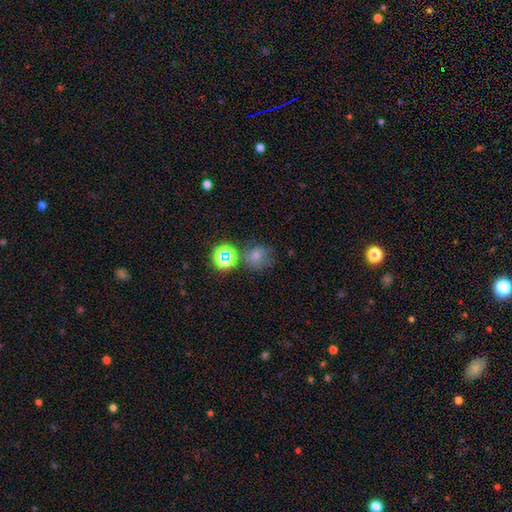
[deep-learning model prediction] smooth_or_featured: smooth (p=0.64) [alt: star or artifact p=0.24]
how_rounded: round (p=0.73) [alt: in between p=0.26]
merging: none (p=0.53) [alt: minor disturbance p=0.21]